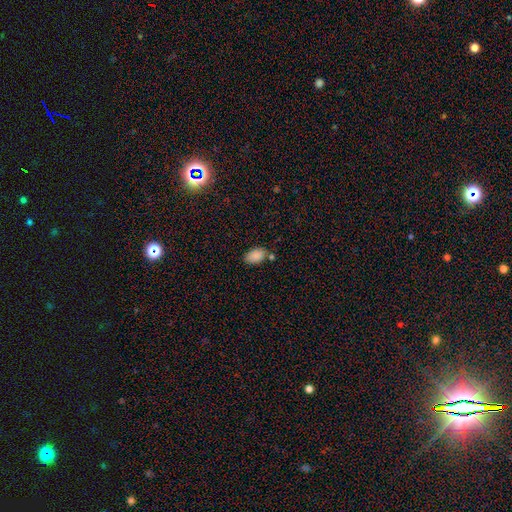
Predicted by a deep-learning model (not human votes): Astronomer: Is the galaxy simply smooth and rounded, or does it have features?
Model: smooth — 87%.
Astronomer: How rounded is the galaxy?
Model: in between — 91%.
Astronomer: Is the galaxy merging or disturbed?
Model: none — 72%.